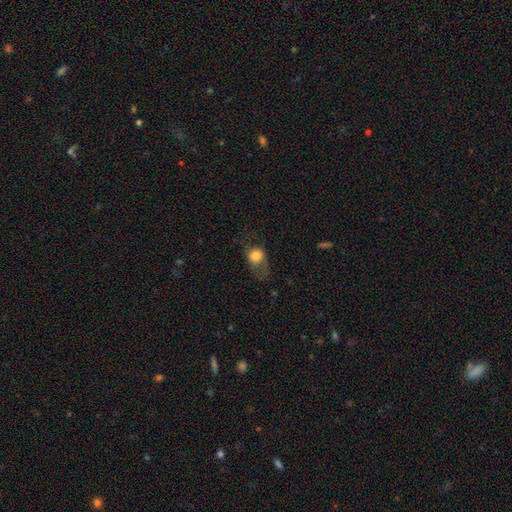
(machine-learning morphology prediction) smooth_or_featured: smooth (p=0.74) [alt: featured or disk p=0.17]
how_rounded: round (p=0.65) [alt: in between p=0.34]
merging: none (p=0.43) [alt: major disturbance p=0.31]